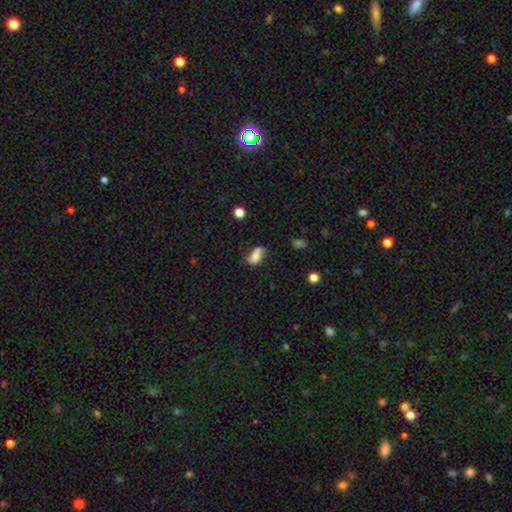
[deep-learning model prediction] Smooth or featured?
  - smooth: 75% *
  - featured or disk: 14%
  - star or artifact: 11%
How rounded?
  - in between: 85% *
  - round: 10%
  - cigar-shaped: 4%
Merging?
  - none: 42% *
  - minor disturbance: 27%
  - merger: 19%
  - major disturbance: 12%